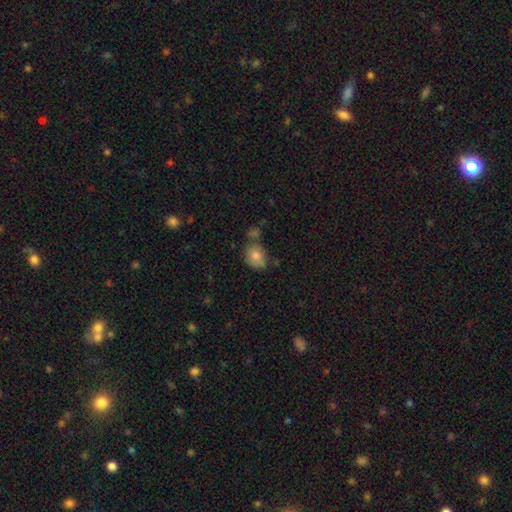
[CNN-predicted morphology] This appears to be a smooth galaxy with no disk features (79%) that is in between round and cigar-shaped (56%). Merging: none (52%).